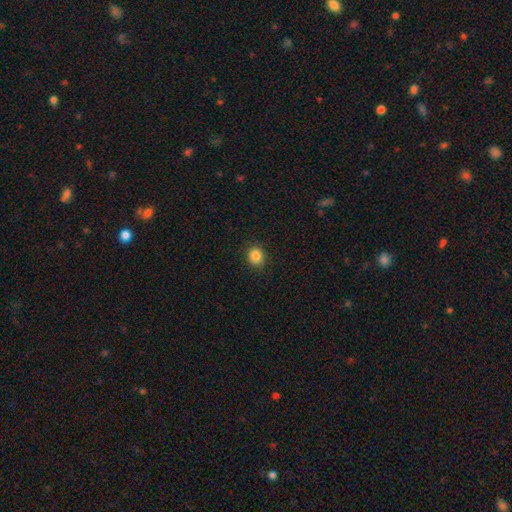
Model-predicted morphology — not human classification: This appears to be a smooth galaxy with no disk features (85%) that is round (81%). Merging: none (89%).